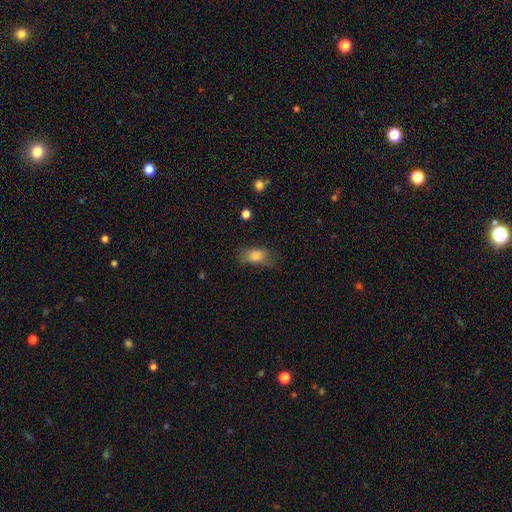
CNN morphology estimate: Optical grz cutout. It shows a smooth galaxy with no disk features (76%) that is in between round and cigar-shaped (83%). Merging: none (56%).